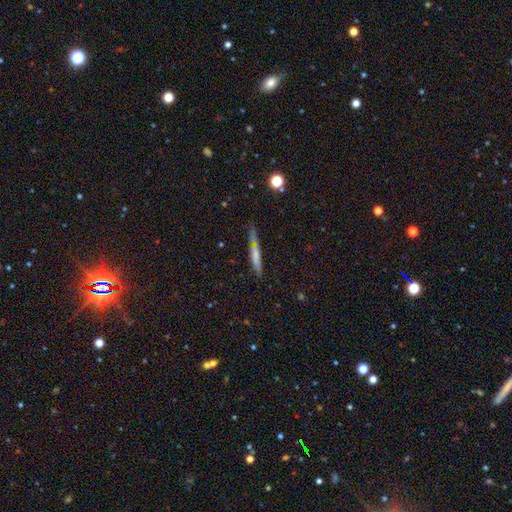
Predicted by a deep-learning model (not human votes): smooth 62%, featured or disk 28%, star or artifact 10%. Down the decision tree: how rounded — cigar-shaped (90%); merging — none (67%).